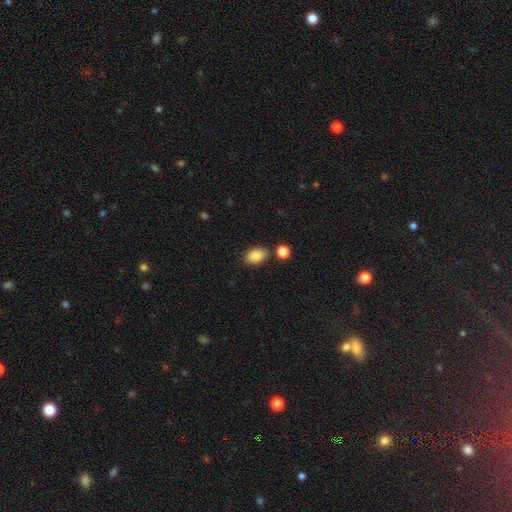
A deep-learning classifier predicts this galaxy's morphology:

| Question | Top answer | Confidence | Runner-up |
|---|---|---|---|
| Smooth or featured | smooth | 85% | star or artifact (8%) |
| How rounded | in between | 85% | round (14%) |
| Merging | none | 81% | minor disturbance (10%) |